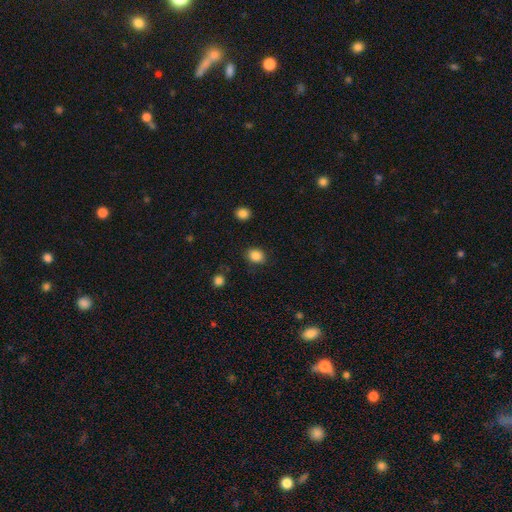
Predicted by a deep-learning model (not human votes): Smooth or featured?
  - smooth: 86% *
  - star or artifact: 10%
  - featured or disk: 4%
How rounded?
  - round: 54% *
  - in between: 45%
  - cigar-shaped: 1%
Merging?
  - none: 86% *
  - minor disturbance: 9%
  - major disturbance: 3%
  - merger: 2%